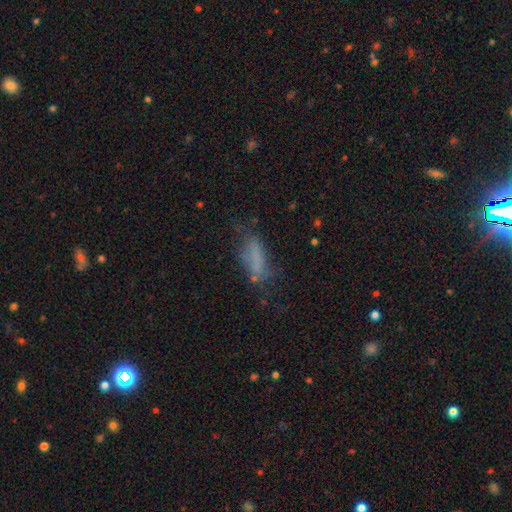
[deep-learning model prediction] A smooth galaxy with no disk features (63%) that is in between round and cigar-shaped (61%).

Vote fractions:
- Smooth or featured? smooth: 63% / featured or disk: 22% / star or artifact: 15%
- How rounded? in between: 61% / cigar-shaped: 36% / round: 3%
- Merging? none: 46% / minor disturbance: 27% / major disturbance: 23% / merger: 4%